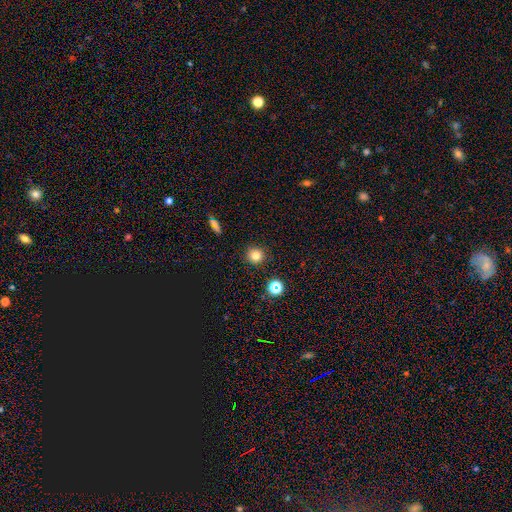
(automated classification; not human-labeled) The model was most divided on "smooth or featured": smooth: 80%, star or artifact: 15%, featured or disk: 6%. More confident: how rounded — round (93%); merging — none (90%).